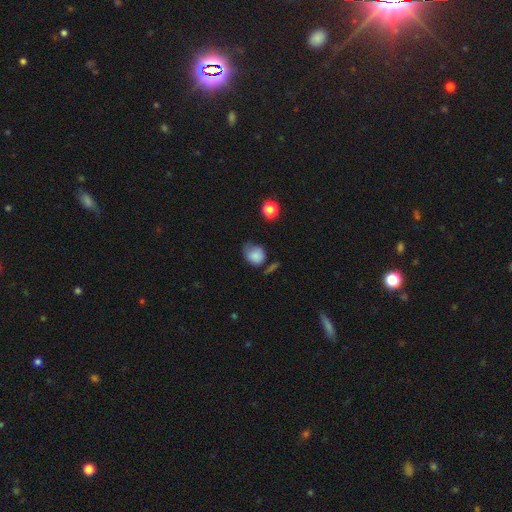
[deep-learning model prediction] smooth 83%, star or artifact 9%, featured or disk 8%. Down the decision tree: how rounded — round (67%); merging — none (43%).